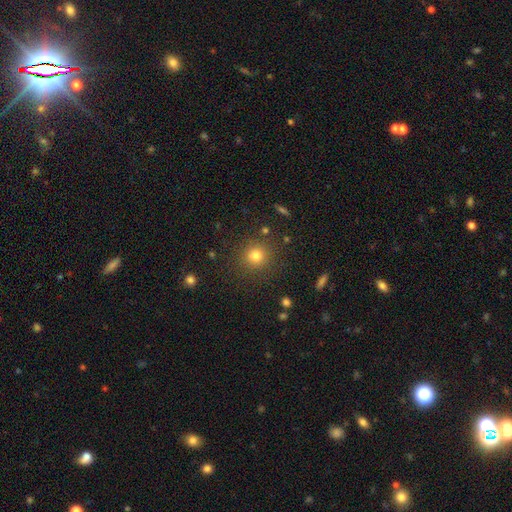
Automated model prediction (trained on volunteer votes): smooth 78%, star or artifact 15%, featured or disk 7%. Down the decision tree: how rounded — round (91%); merging — none (87%).